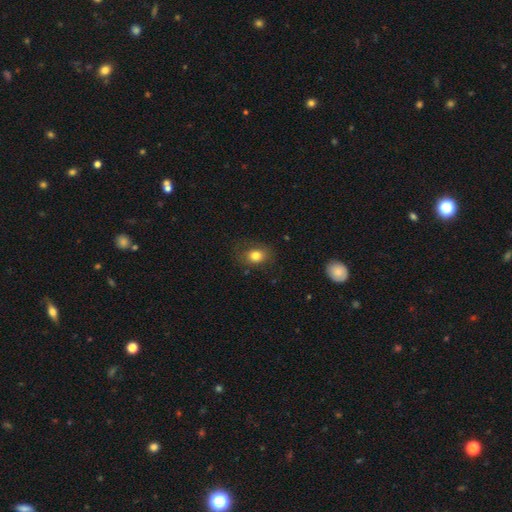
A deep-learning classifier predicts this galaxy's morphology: This is likely a smooth galaxy (79%). How rounded: possibly in between (59%). Merging: likely none (75%).